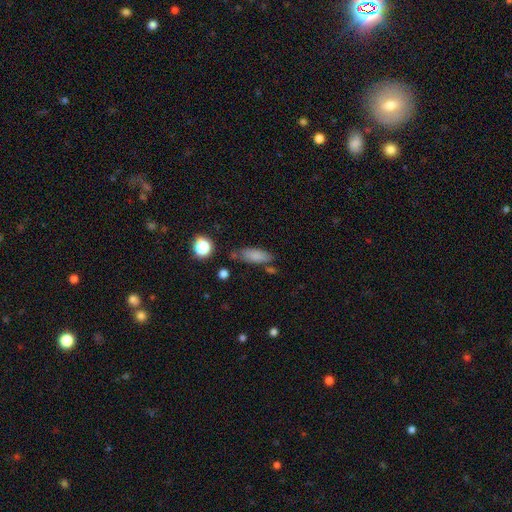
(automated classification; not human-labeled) smooth-or-featured: smooth: 82% | featured or disk: 9% | star or artifact: 9%
  how-rounded: in between: 69% | cigar-shaped: 28% | round: 3%
  merging: none: 71% | minor disturbance: 17% | merger: 8% | major disturbance: 5%